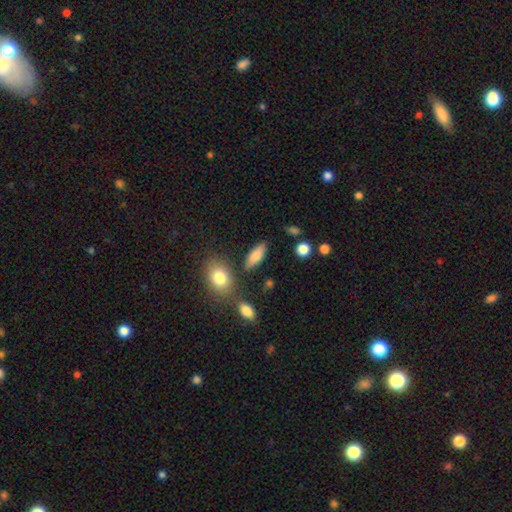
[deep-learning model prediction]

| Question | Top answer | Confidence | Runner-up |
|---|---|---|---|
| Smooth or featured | smooth | 80% | featured or disk (12%) |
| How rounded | in between | 71% | cigar-shaped (24%) |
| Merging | none | 79% | minor disturbance (12%) |